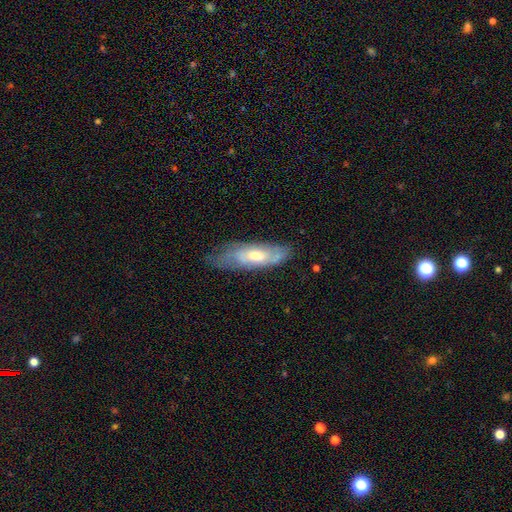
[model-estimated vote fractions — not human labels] featured or disk 51%, smooth 42%, star or artifact 7%. Down the decision tree: edge-on disk — no (70%); merging — none (60%).